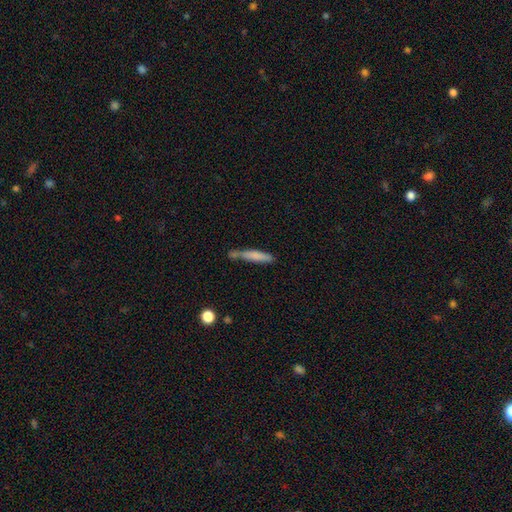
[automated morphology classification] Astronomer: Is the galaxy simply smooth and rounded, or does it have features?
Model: smooth — 73%.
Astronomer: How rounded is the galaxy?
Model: cigar-shaped — 88%.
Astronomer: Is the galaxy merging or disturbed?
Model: none — 50%.